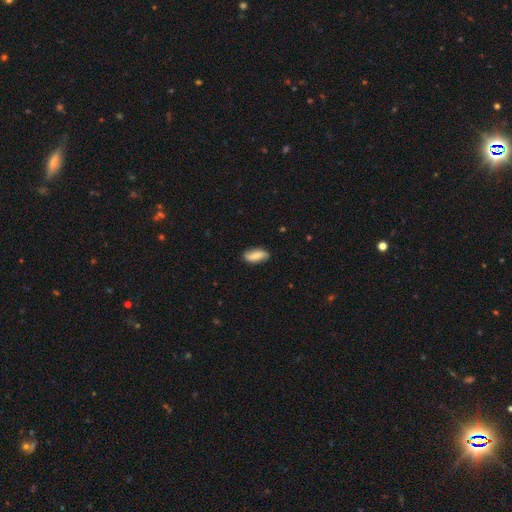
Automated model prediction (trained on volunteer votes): A smooth galaxy with no disk features (68%) that is in between round and cigar-shaped (80%). Merging: none (84%).